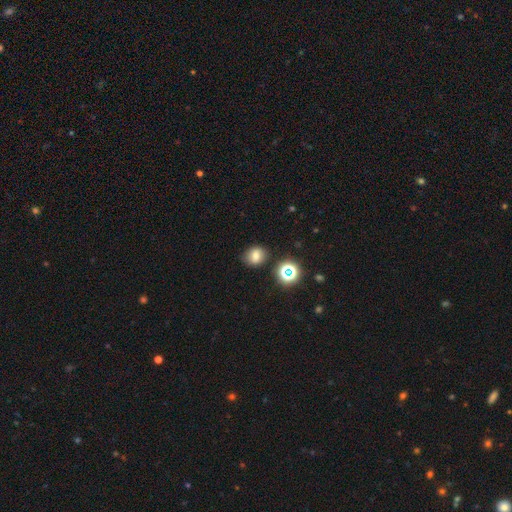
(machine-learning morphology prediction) Q: Smooth or featured?
A: smooth (73%); runner-up: star or artifact (17%)
Q: How rounded?
A: round (60%); runner-up: in between (39%)
Q: Merging?
A: none (81%); runner-up: minor disturbance (12%)